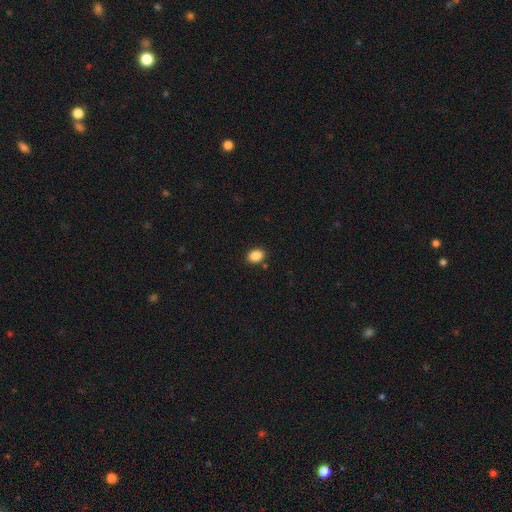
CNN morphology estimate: A smooth galaxy with no disk features (88%) that is in between round and cigar-shaped (69%).

Vote fractions:
- Smooth or featured? smooth: 88% / star or artifact: 9% / featured or disk: 3%
- How rounded? in between: 69% / round: 30% / cigar-shaped: 1%
- Merging? none: 86% / minor disturbance: 9% / merger: 2% / major disturbance: 2%